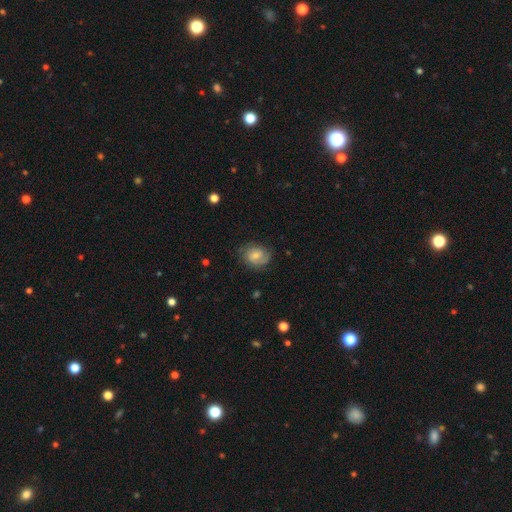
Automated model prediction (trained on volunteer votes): This appears to be a featured or disk galaxy (55%) with no bar (62%), spiral arms (85%) and a moderate central bulge (48%). Merging: none (73%).